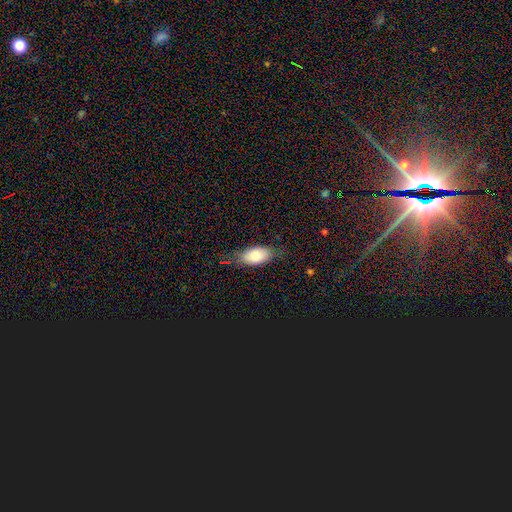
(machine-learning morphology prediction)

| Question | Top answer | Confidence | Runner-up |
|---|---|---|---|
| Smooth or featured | smooth | 79% | featured or disk (14%) |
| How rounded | in between | 89% | cigar-shaped (6%) |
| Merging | none | 65% | minor disturbance (26%) |